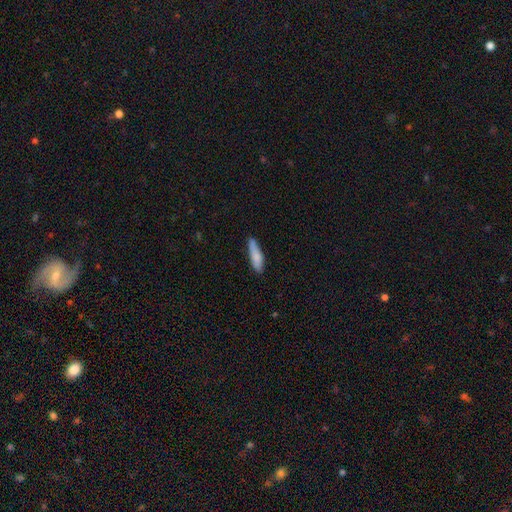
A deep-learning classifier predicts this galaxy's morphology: type=smooth (81%); roundness=cigar-shaped (73%); merging=none (78%).